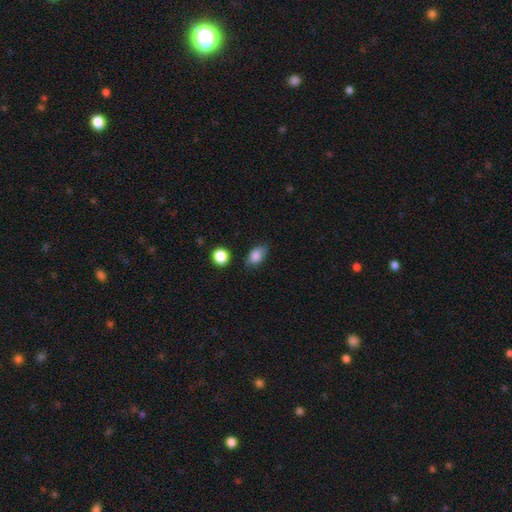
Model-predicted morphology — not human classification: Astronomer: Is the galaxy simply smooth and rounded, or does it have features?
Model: smooth — 84%.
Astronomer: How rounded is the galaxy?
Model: in between — 85%.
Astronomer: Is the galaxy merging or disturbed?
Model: none — 73%.